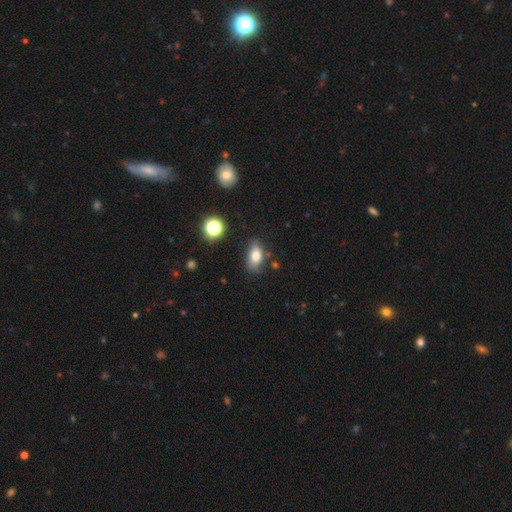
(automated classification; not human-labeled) Smooth or featured? smooth (78%)
How rounded? in between (87%)
Merging? none (72%)